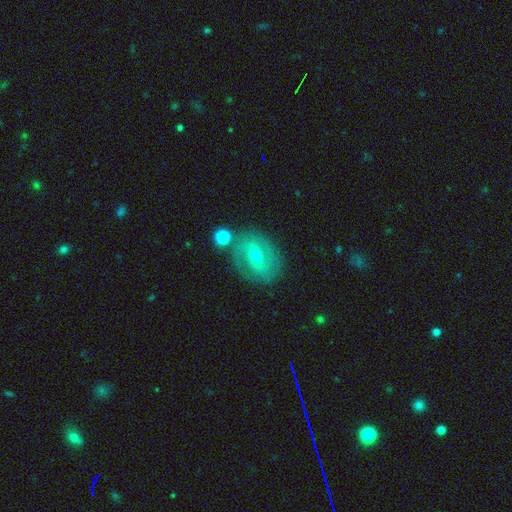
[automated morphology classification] Overall: featured or disk (72%). Edge-on disk: no (95%). Bar: weak (45%; strong 34%). Spiral arms: yes (78%). Spiral arm count: 2 (74%). Spiral winding: tight (44%; medium 40%). Bulge size: small (50%; moderate 46%). Merging: none (76%).